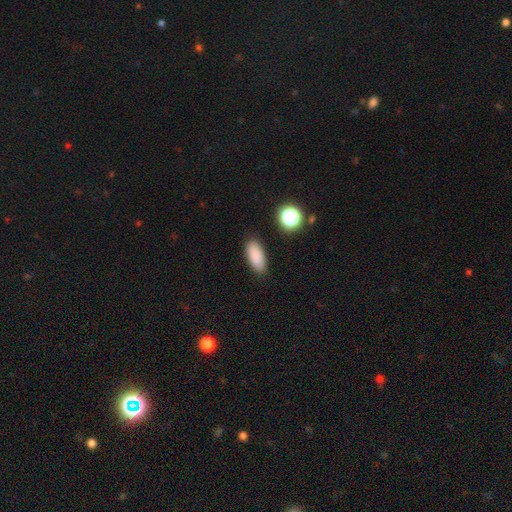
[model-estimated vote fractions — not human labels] Overall: smooth (86%). How rounded: in between (80%). Merging: none (87%).